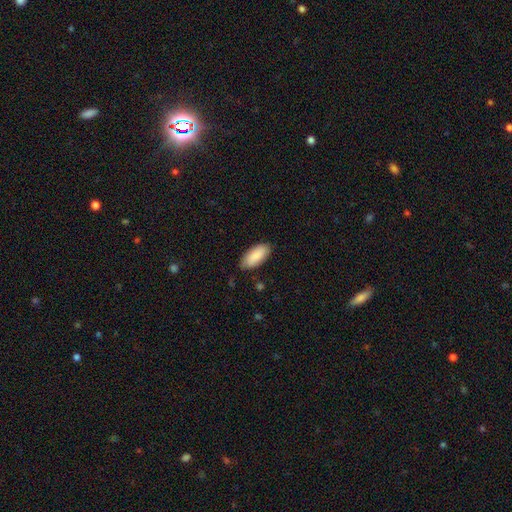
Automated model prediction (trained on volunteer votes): Smooth or featured: smooth — 88% (featured or disk — 7%)
How rounded: in between — 90% (cigar-shaped — 9%)
Merging: none — 81% (minor disturbance — 15%)